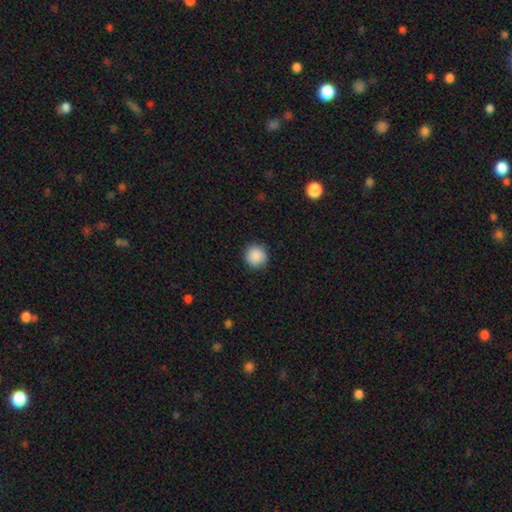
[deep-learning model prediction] Smooth or featured?
  - smooth: 89% *
  - star or artifact: 8%
  - featured or disk: 3%
How rounded?
  - round: 95% *
  - in between: 4%
  - cigar-shaped: 1%
Merging?
  - none: 89% *
  - minor disturbance: 8%
  - major disturbance: 2%
  - merger: 1%